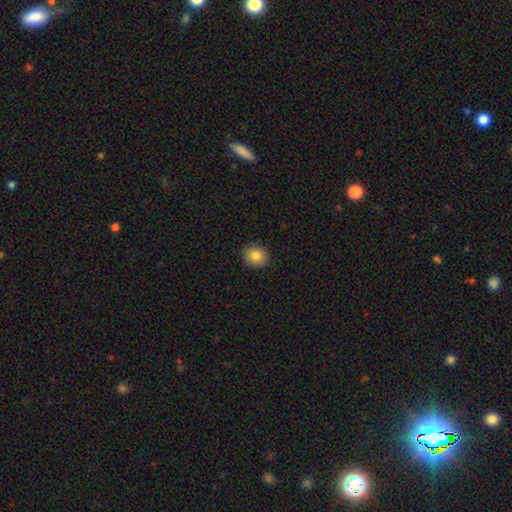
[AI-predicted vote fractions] Morphology: type=smooth (82%); roundness=round (83%); merging=none (90%).